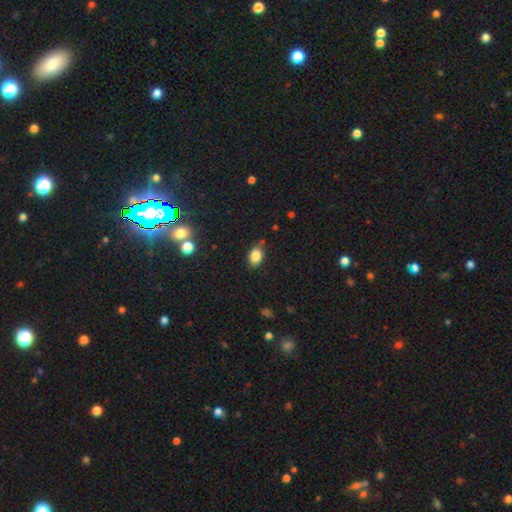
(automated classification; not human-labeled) A smooth galaxy with no disk features (84%) that is in between round and cigar-shaped (79%). Merging: none (75%).